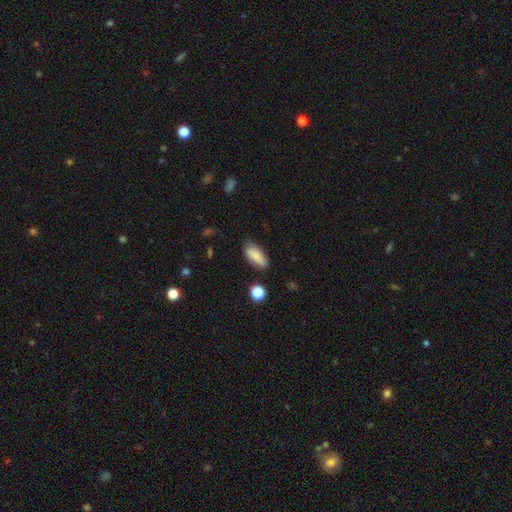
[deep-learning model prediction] Smooth or featured?
  - smooth: 78% *
  - featured or disk: 14%
  - star or artifact: 8%
How rounded?
  - in between: 75% *
  - cigar-shaped: 22%
  - round: 3%
Merging?
  - none: 76% *
  - minor disturbance: 18%
  - major disturbance: 4%
  - merger: 2%